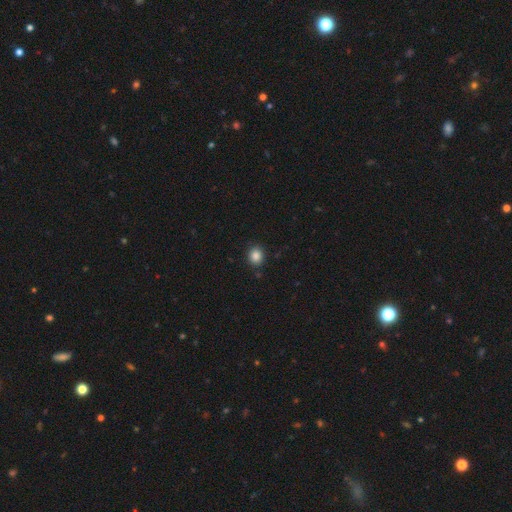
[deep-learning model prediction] Smooth or featured? Predicted: smooth (p=0.86). How rounded? Predicted: round (p=0.73). Merging? Predicted: none (p=0.88).